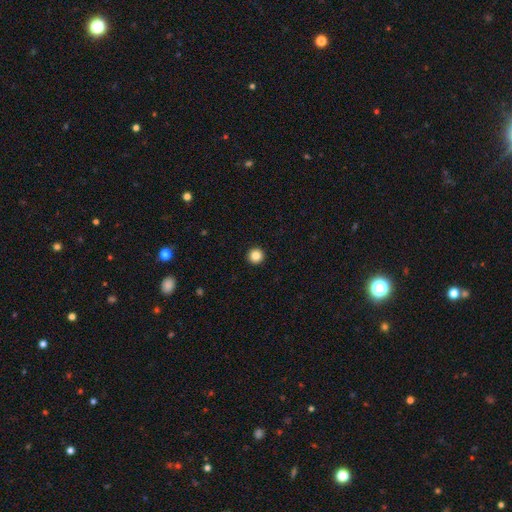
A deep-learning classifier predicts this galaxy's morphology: smooth_or_featured: smooth (p=0.86) [alt: star or artifact p=0.10]
how_rounded: round (p=0.96) [alt: in between p=0.03]
merging: none (p=0.94) [alt: minor disturbance p=0.03]